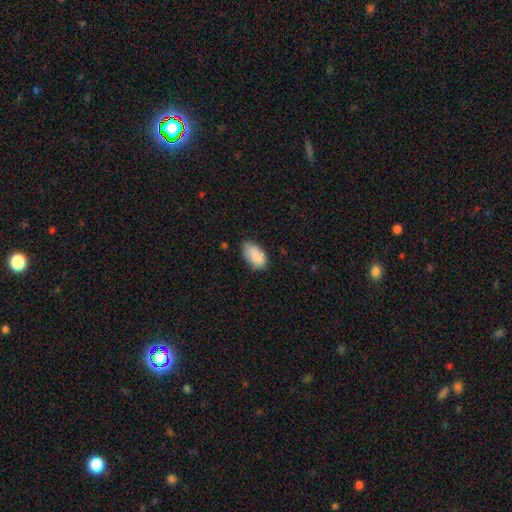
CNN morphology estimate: Smooth or featured: smooth — 86% (star or artifact — 7%)
How rounded: in between — 94% (round — 4%)
Merging: none — 64% (minor disturbance — 28%)